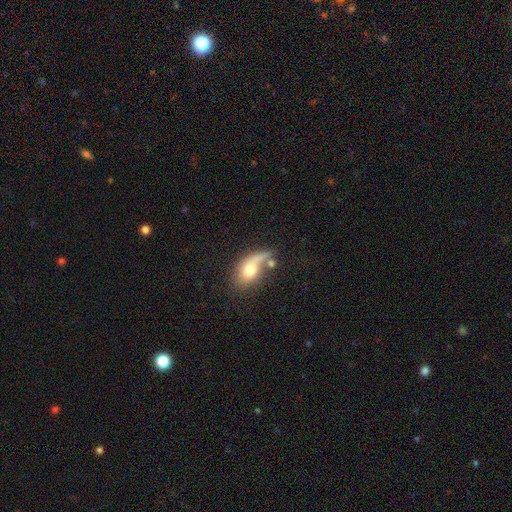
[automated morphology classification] smooth 58%, featured or disk 33%, star or artifact 9%. Down the decision tree: how rounded — in between (75%); merging — none (33%).